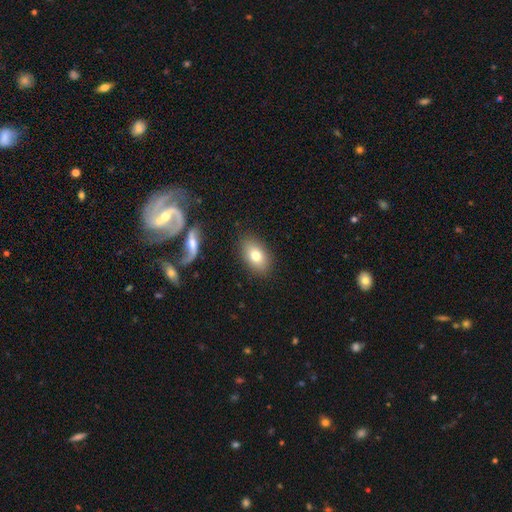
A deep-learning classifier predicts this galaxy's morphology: Smooth or featured? smooth (77%)
How rounded? in between (87%)
Merging? none (85%)